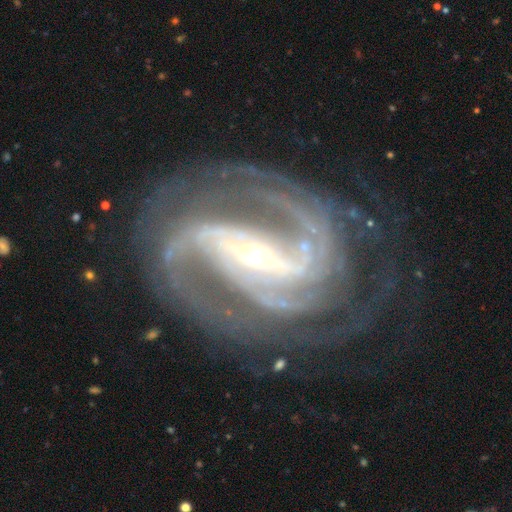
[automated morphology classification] featured or disk 93%, star or artifact 5%, smooth 2%. Down the decision tree: edge-on disk — no (97%); bar — strong (65%); spiral arms — yes (99%); spiral arm count — 2 (53%); spiral winding — medium (53%); bulge size — small (64%); merging — none (70%).